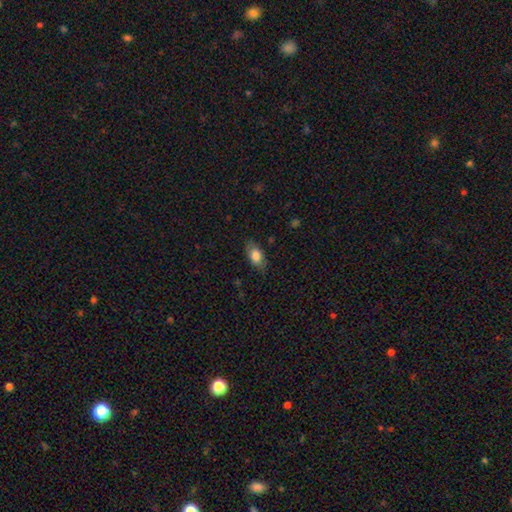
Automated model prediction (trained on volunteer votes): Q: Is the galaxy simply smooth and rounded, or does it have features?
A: smooth — 79%.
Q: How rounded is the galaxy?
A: in between — 89%.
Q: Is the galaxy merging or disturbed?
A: none — 80%.